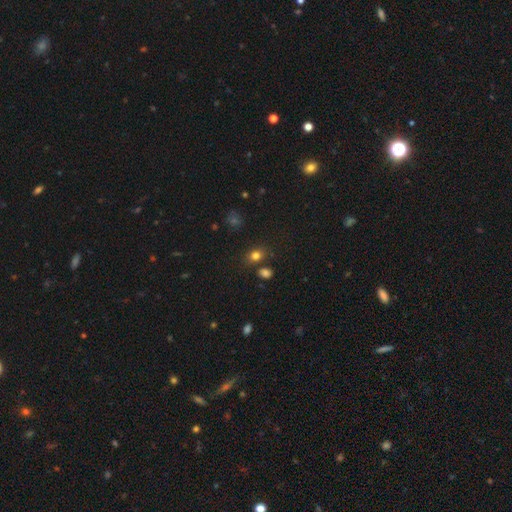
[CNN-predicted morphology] Smooth or featured: smooth — 79% (star or artifact — 14%)
How rounded: in between — 58% (round — 40%)
Merging: none — 73% (minor disturbance — 13%)